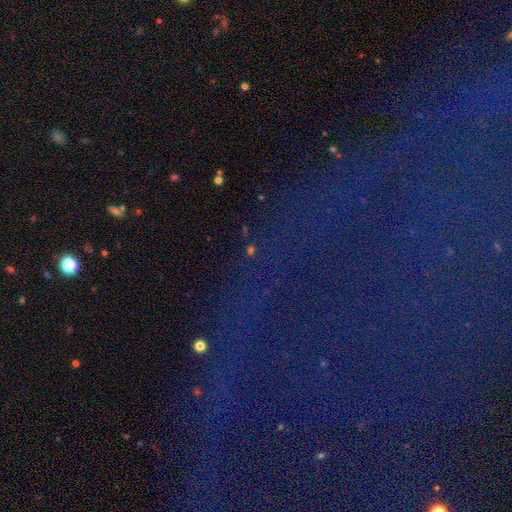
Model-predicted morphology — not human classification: A star or artifact, not a galaxy (83%).